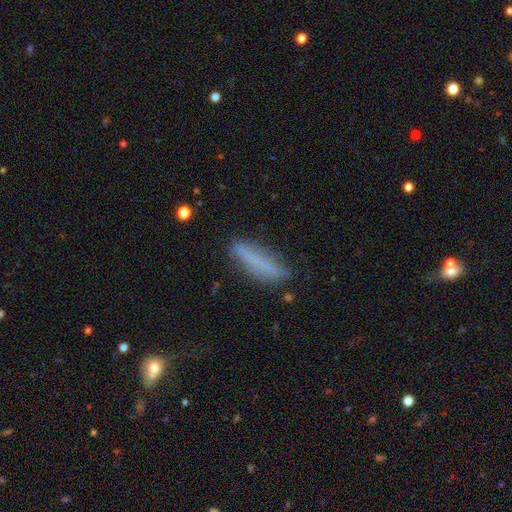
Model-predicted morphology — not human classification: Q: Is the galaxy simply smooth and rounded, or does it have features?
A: smooth — 68%.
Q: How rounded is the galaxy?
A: cigar-shaped — 85%.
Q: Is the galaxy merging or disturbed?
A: none — 76%.